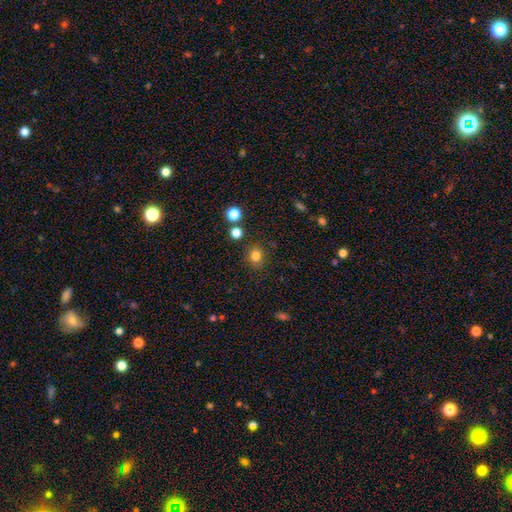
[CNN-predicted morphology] type=smooth (81%); roundness=round (75%); merging=none (85%).